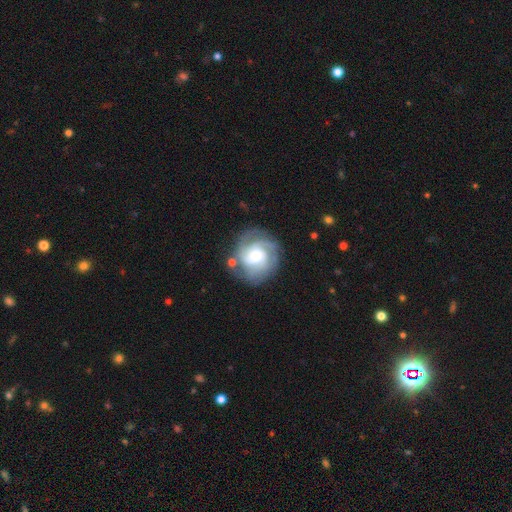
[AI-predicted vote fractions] Smooth or featured? Predicted: featured or disk (p=0.77). Edge-on disk? Predicted: no (p=0.98). Bar? Predicted: no (p=0.66). Spiral arms? Predicted: yes (p=0.95). Spiral winding? Predicted: tight (p=0.54). Spiral arm count? Predicted: 3 (p=0.40). Bulge size? Predicted: moderate (p=0.50). Merging? Predicted: none (p=0.74).